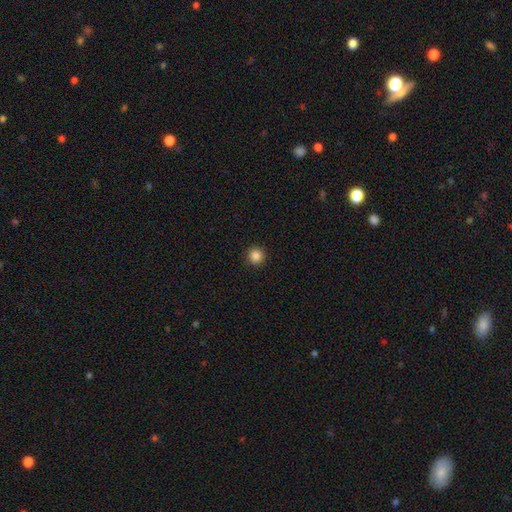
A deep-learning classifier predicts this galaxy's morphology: type=smooth (86%); roundness=round (94%); merging=none (93%).